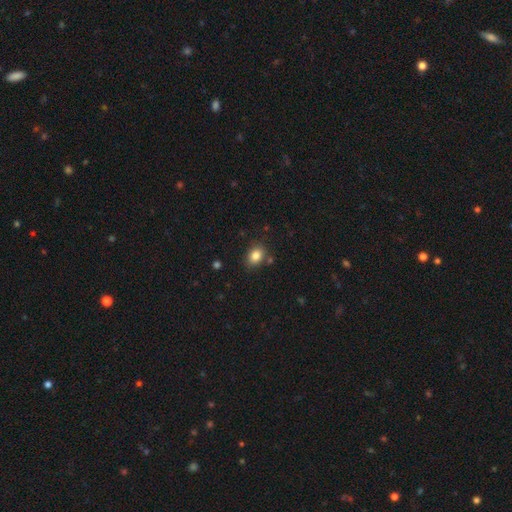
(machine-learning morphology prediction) Smooth or featured?
  - smooth: 84% *
  - star or artifact: 10%
  - featured or disk: 6%
How rounded?
  - in between: 66% *
  - round: 33%
  - cigar-shaped: 1%
Merging?
  - none: 80% *
  - minor disturbance: 12%
  - merger: 5%
  - major disturbance: 3%